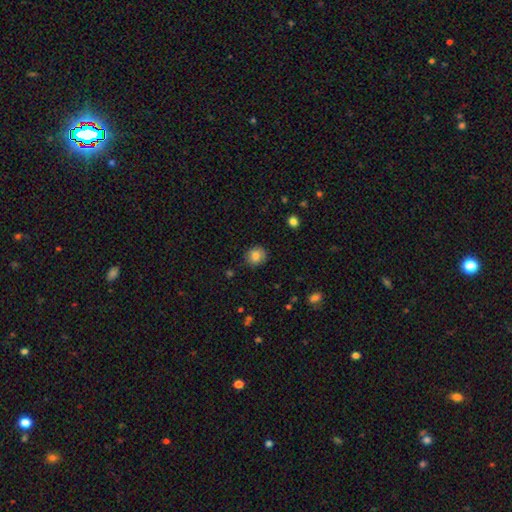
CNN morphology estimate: smooth-or-featured: smooth: 82% | star or artifact: 9% | featured or disk: 8%
  how-rounded: round: 84% | in between: 15% | cigar-shaped: 1%
  merging: none: 84% | minor disturbance: 12% | major disturbance: 3% | merger: 1%